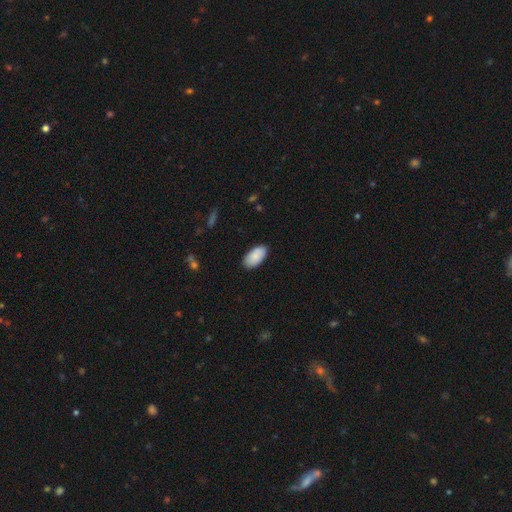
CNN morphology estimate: Smooth or featured? Predicted: smooth (p=0.88). How rounded? Predicted: in between (p=0.96). Merging? Predicted: none (p=0.86).